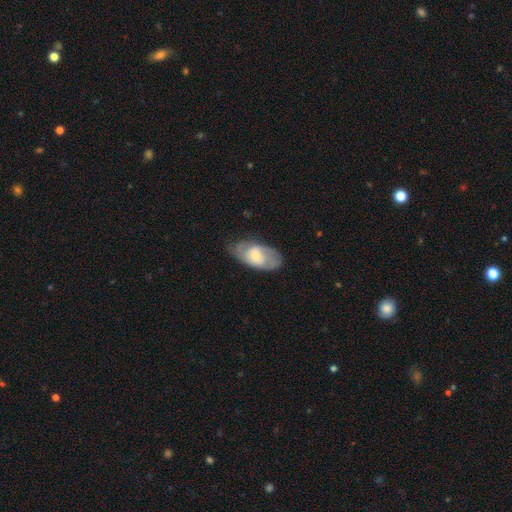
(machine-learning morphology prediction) A featured or disk galaxy (56%) with no bar (55%), spiral arms (77%) and a small central bulge (45%). Merging: none (63%).